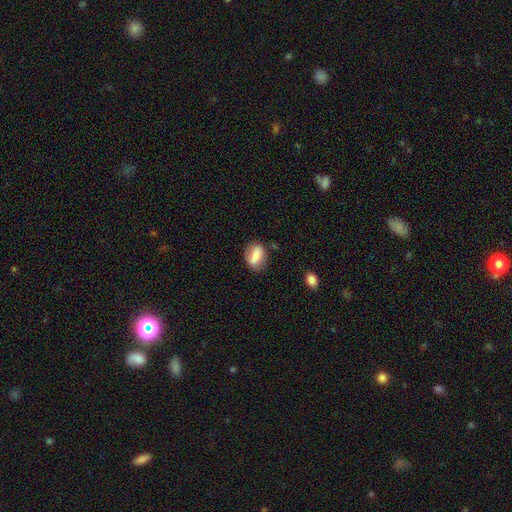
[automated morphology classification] This appears to be a smooth galaxy with no disk features (72%) that is in between round and cigar-shaped (78%). Merging: none (69%).